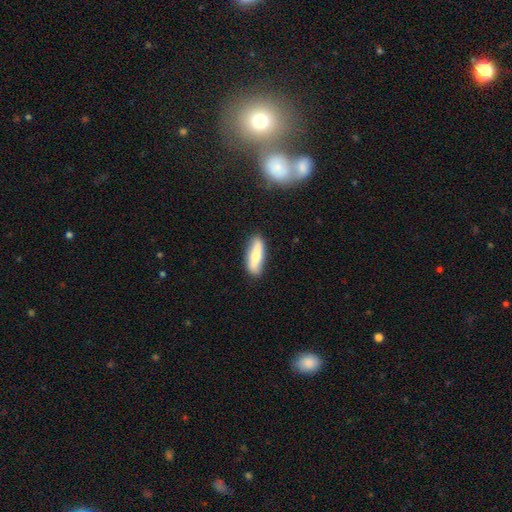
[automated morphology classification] Smooth or featured?
  - smooth: 65% *
  - featured or disk: 29%
  - star or artifact: 6%
How rounded?
  - cigar-shaped: 53% *
  - in between: 45%
  - round: 2%
Merging?
  - none: 85% *
  - minor disturbance: 11%
  - major disturbance: 2%
  - merger: 1%